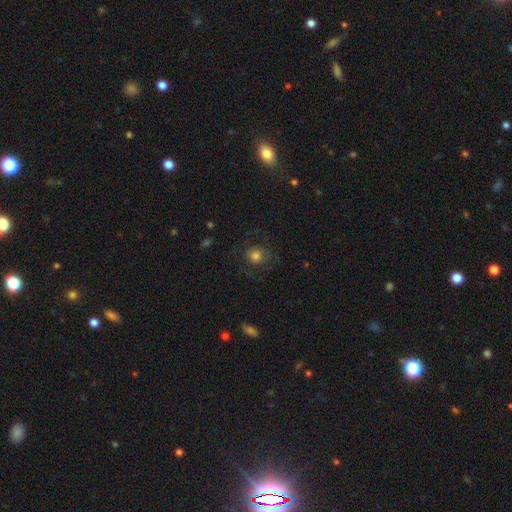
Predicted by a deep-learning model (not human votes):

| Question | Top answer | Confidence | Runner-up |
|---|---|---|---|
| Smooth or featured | smooth | 72% | featured or disk (16%) |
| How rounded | round | 84% | in between (15%) |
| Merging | none | 70% | minor disturbance (16%) |